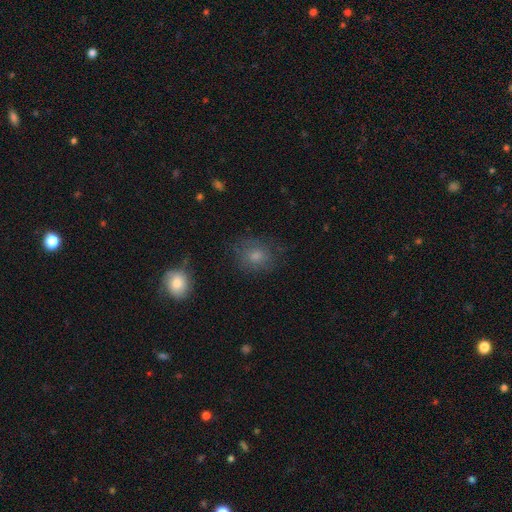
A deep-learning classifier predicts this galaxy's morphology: Smooth or featured? Predicted: smooth (p=0.70). How rounded? Predicted: round (p=0.63). Merging? Predicted: none (p=0.69).